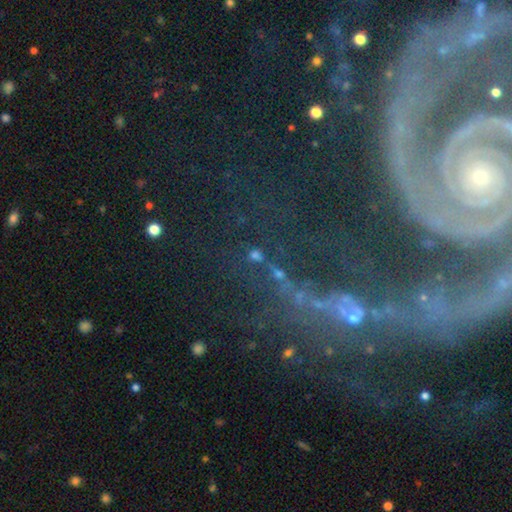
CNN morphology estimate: This appears to be a star or artifact, not a galaxy (58%).